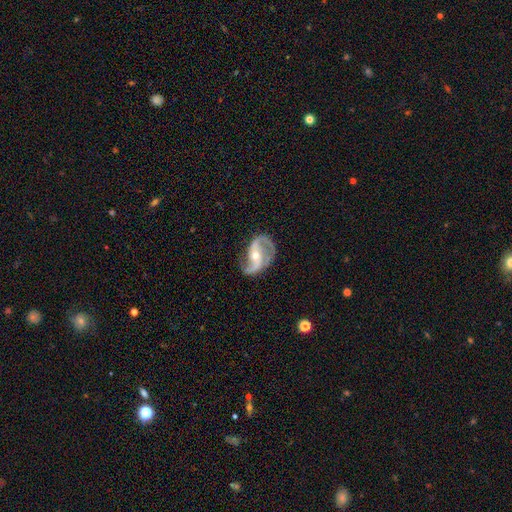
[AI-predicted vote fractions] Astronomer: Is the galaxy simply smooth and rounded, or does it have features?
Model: featured or disk — 91%.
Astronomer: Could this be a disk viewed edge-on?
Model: no — 98%.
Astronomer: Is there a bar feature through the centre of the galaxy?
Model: no — 45% (runner-up: weak, 35%).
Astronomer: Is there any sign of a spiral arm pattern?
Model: yes — 98%.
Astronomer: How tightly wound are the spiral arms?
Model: medium — 47% (runner-up: loose, 40%).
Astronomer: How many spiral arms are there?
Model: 2 — 90%.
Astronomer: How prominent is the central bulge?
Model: moderate — 54% (runner-up: small, 43%).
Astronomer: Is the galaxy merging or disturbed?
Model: none — 75%.